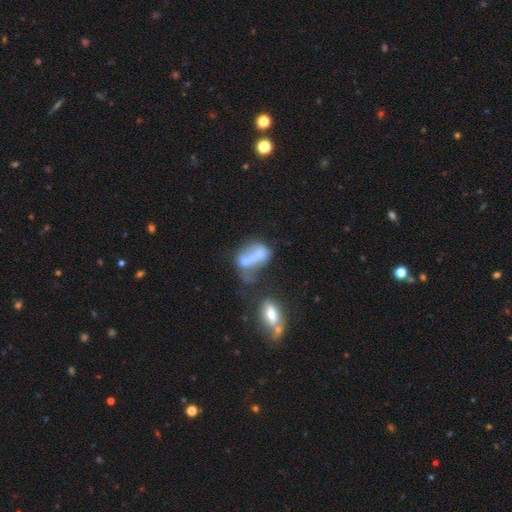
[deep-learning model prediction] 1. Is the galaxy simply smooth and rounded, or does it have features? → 51% smooth, 38% featured or disk, 12% star or artifact.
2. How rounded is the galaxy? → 80% in between, 12% round, 8% cigar-shaped.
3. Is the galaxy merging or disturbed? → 53% merger, 23% major disturbance, 14% none, 10% minor disturbance.